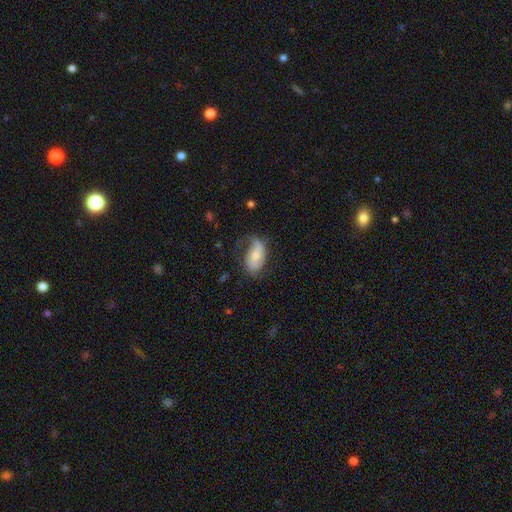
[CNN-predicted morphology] Smooth or featured? Predicted: smooth (p=0.52). How rounded? Predicted: in between (p=0.92). Merging? Predicted: none (p=0.49).